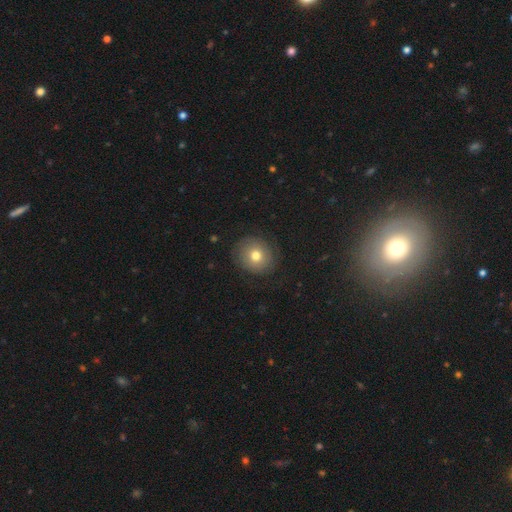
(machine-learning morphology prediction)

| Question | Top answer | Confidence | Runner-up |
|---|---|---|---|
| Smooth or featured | smooth | 73% | featured or disk (16%) |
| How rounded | round | 84% | in between (16%) |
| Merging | none | 84% | minor disturbance (11%) |